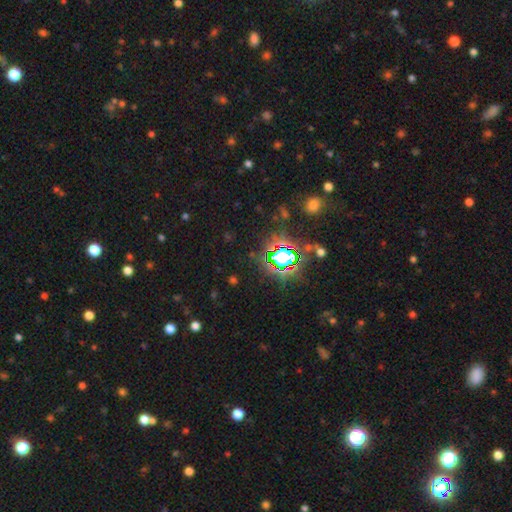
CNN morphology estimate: A star or artifact, not a galaxy (76%).